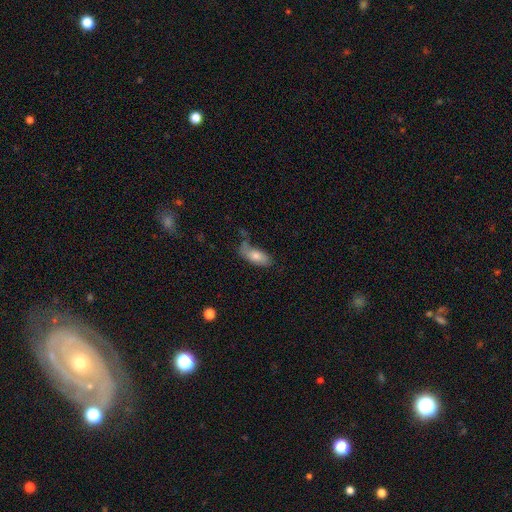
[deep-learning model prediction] Smooth or featured: smooth — 72% (featured or disk — 20%)
How rounded: in between — 83% (cigar-shaped — 15%)
Merging: none — 52% (minor disturbance — 27%)